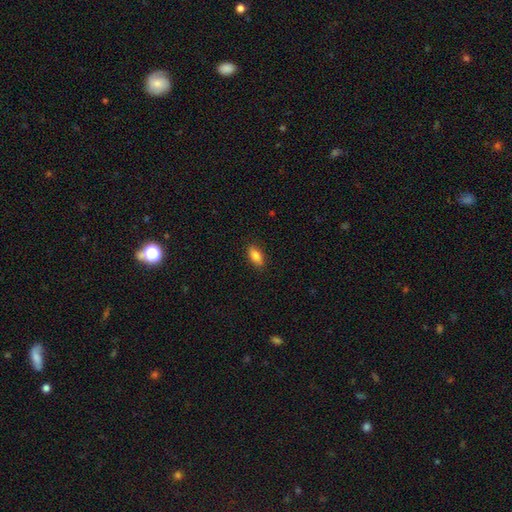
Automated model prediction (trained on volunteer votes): Morphology: type=smooth (83%); roundness=in between (85%); merging=none (88%).